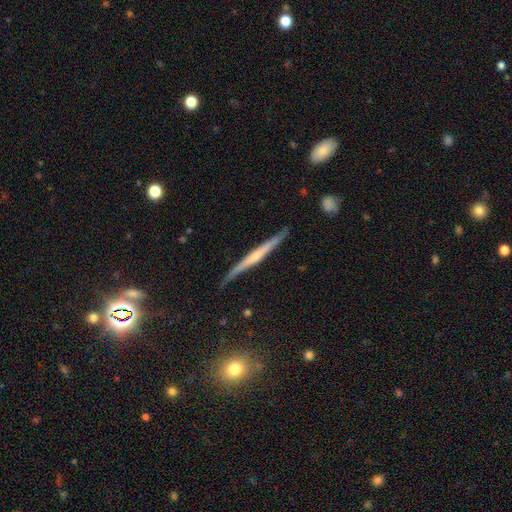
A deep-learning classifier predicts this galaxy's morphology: Overall: featured or disk (67%; smooth 27%). Edge-on disk: yes (97%). Edge-on bulge: none (48%; rounded 40%). Merging: none (84%).